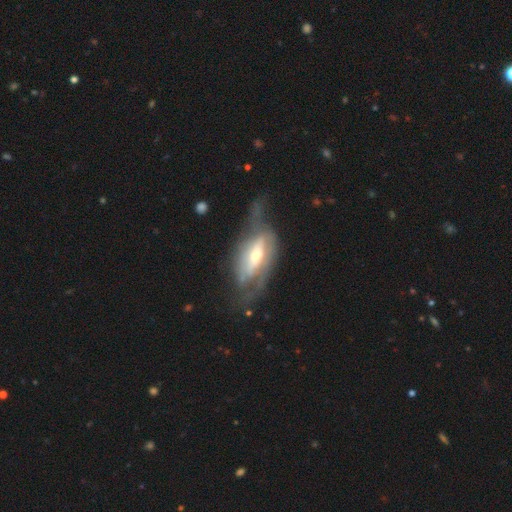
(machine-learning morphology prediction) This is likely a featured or disk galaxy (76%). It is likely not viewed edge-on (79%). Bar: marginally strong (35%). Spiral arm pattern: likely yes (66%). Central bulge: possibly moderate (53%). Merging: marginally none (39%).